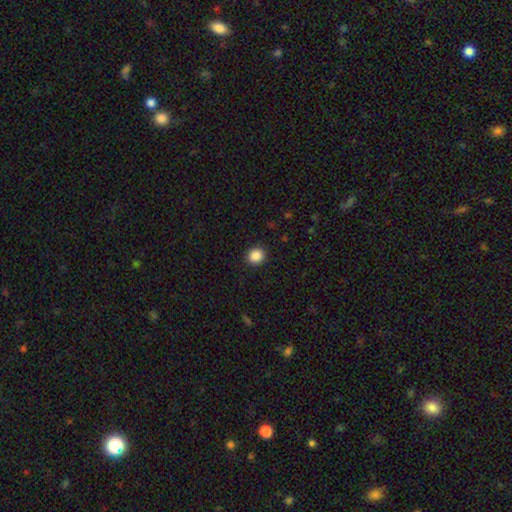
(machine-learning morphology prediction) This appears to be a smooth galaxy with no disk features (87%) that is round (81%). Merging: none (91%).